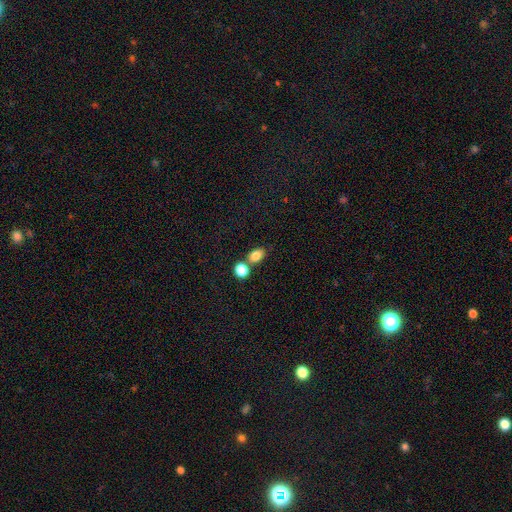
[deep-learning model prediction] Overall: smooth (83%). How rounded: in between (72%). Merging: none (57%; merger 30%).